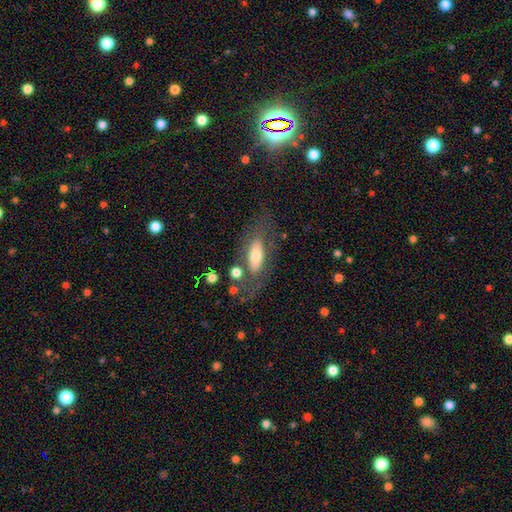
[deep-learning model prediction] A smooth galaxy with no disk features (50%) that is in between round and cigar-shaped (73%).

Vote fractions:
- Smooth or featured? smooth: 50% / featured or disk: 41% / star or artifact: 9%
- How rounded? in between: 73% / cigar-shaped: 22% / round: 4%
- Merging? none: 61% / minor disturbance: 18% / major disturbance: 15% / merger: 6%